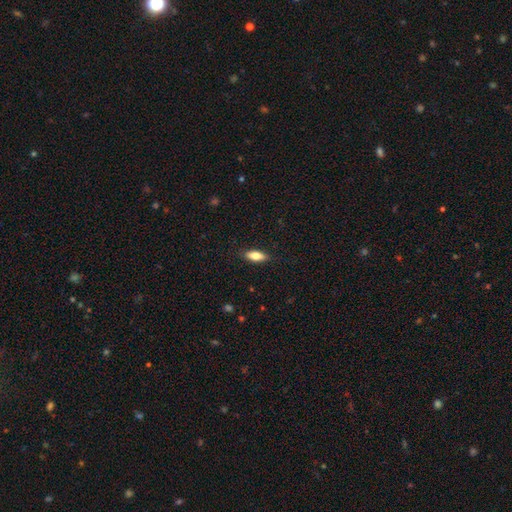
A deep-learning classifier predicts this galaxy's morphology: smooth_or_featured: smooth (p=0.75) [alt: featured or disk p=0.19]
how_rounded: in between (p=0.69) [alt: cigar-shaped p=0.28]
merging: none (p=0.87) [alt: minor disturbance p=0.10]